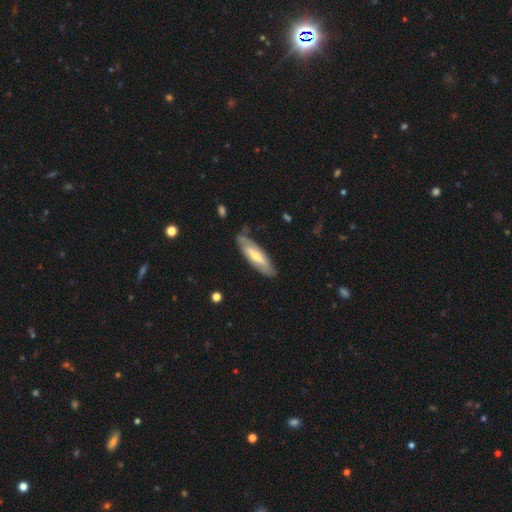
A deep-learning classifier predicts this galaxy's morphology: smooth_or_featured: featured or disk (p=0.54) [alt: smooth p=0.41]
disk_edge_on: no (p=0.65) [alt: yes p=0.35]
merging: none (p=0.78) [alt: minor disturbance p=0.16]